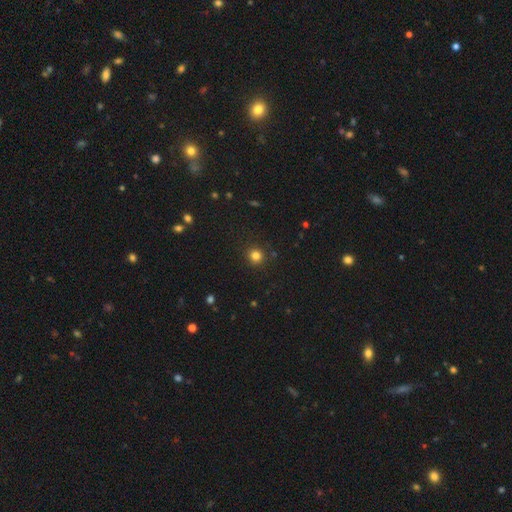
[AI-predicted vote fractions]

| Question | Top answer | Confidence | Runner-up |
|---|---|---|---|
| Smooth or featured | smooth | 81% | star or artifact (14%) |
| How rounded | round | 93% | in between (6%) |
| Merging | none | 90% | minor disturbance (6%) |